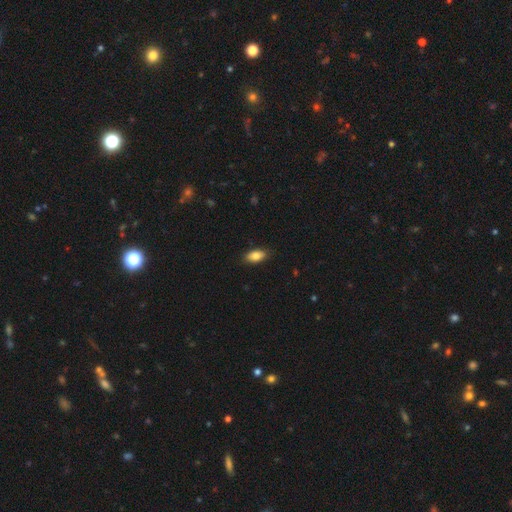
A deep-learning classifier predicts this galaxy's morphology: Smooth or featured: smooth — 85% (featured or disk — 8%)
How rounded: in between — 91% (cigar-shaped — 5%)
Merging: none — 86% (minor disturbance — 11%)